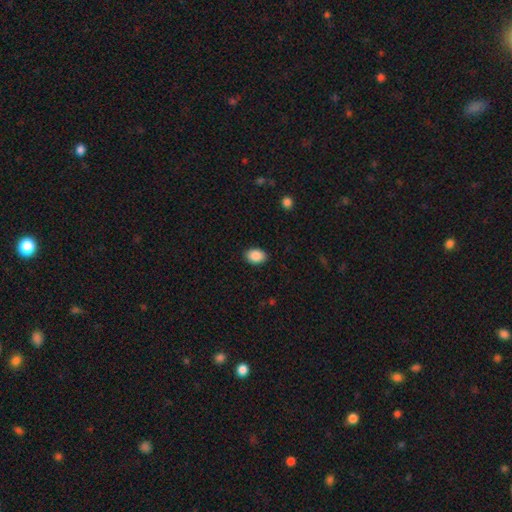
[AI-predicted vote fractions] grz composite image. It shows a smooth galaxy with no disk features (89%) that is in between round and cigar-shaped (76%). Merging: none (89%).